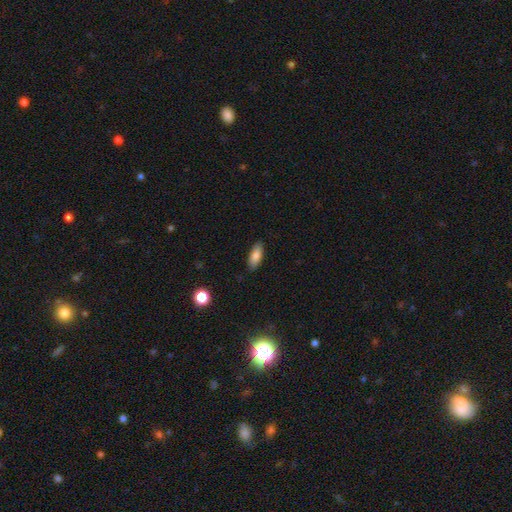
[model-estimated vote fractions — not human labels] Smooth or featured? Predicted: smooth (p=0.82). How rounded? Predicted: in between (p=0.79). Merging? Predicted: none (p=0.87).